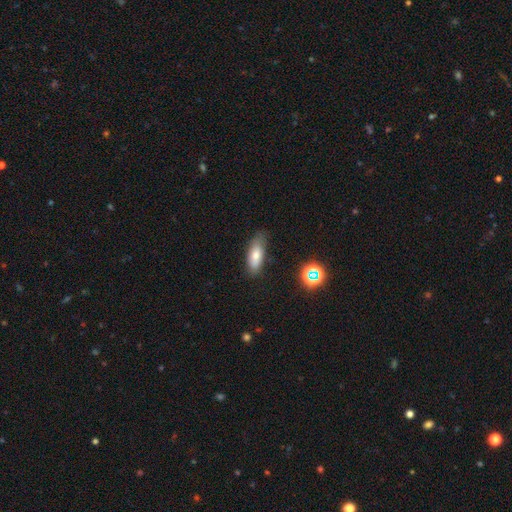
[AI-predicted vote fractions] Smooth or featured: smooth — 72% (featured or disk — 18%)
How rounded: in between — 74% (cigar-shaped — 23%)
Merging: none — 67% (minor disturbance — 25%)